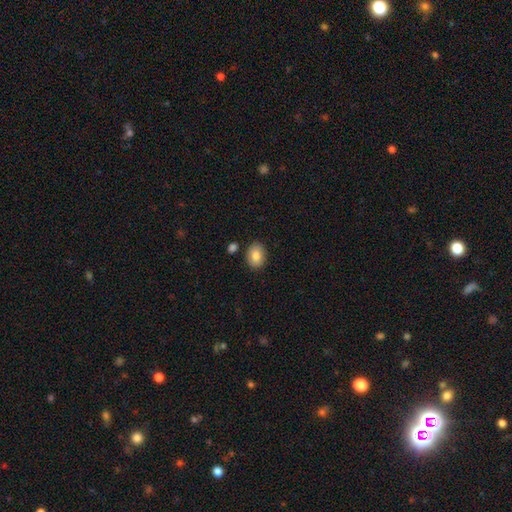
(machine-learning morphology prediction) A smooth galaxy with no disk features (86%) that is in between round and cigar-shaped (72%). Merging: none (85%).